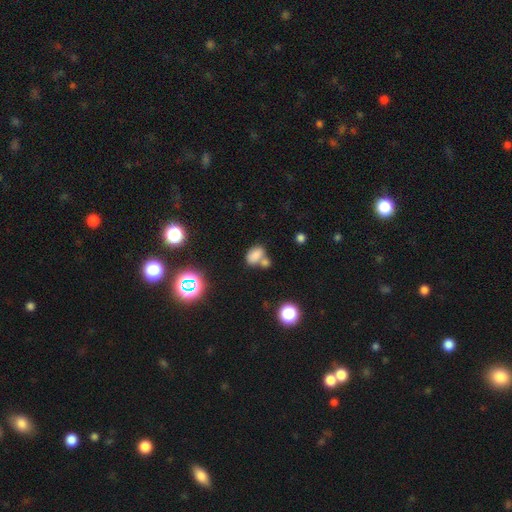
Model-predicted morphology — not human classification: A smooth galaxy with no disk features (75%) that is in between round and cigar-shaped (84%).

Vote fractions:
- Smooth or featured? smooth: 75% / star or artifact: 16% / featured or disk: 10%
- How rounded? in between: 84% / round: 15% / cigar-shaped: 2%
- Merging? merger: 46% / none: 38% / minor disturbance: 11% / major disturbance: 5%